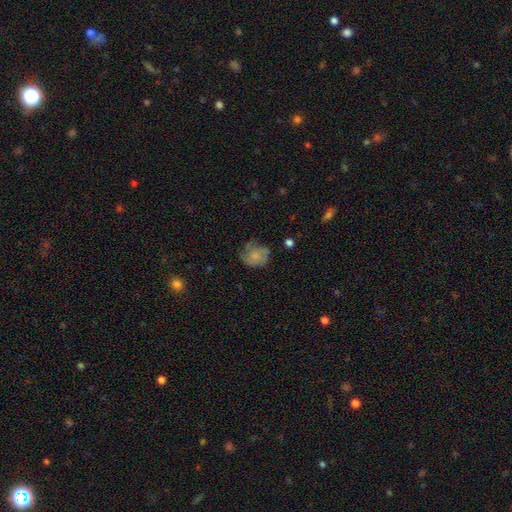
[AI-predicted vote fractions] The model was most divided on "merging": none: 52%, minor disturbance: 28%, major disturbance: 18%, merger: 3%. More confident: how rounded — round (67%); smooth or featured — smooth (61%).